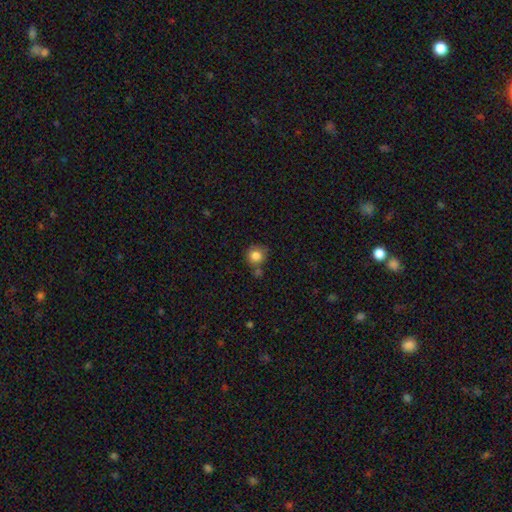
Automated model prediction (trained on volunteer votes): smooth-or-featured: smooth: 83% | star or artifact: 10% | featured or disk: 7%
  how-rounded: round: 88% | in between: 11% | cigar-shaped: 1%
  merging: none: 67% | minor disturbance: 17% | merger: 12% | major disturbance: 4%